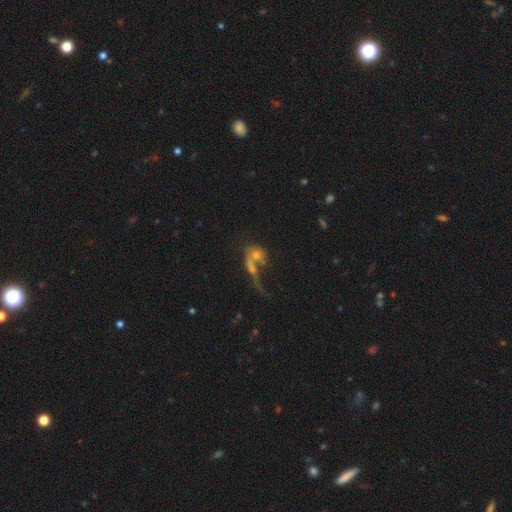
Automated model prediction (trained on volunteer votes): A smooth galaxy with no disk features (50%).

Vote fractions:
- Smooth or featured? smooth: 50% / featured or disk: 35% / star or artifact: 16%
- Merging? merger: 56% / none: 20% / major disturbance: 17% / minor disturbance: 8%